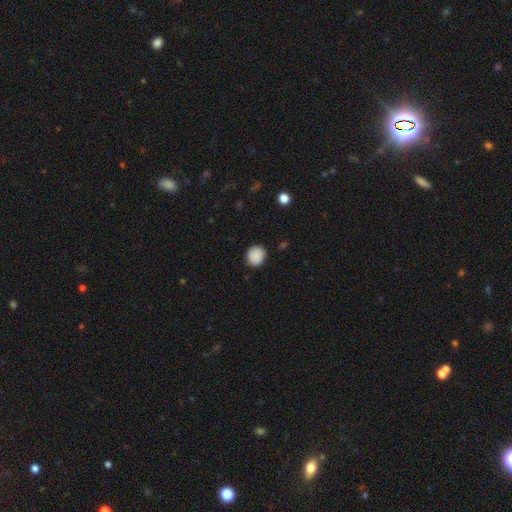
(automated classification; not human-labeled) Morphology: type=smooth (88%); roundness=round (83%); merging=none (85%).